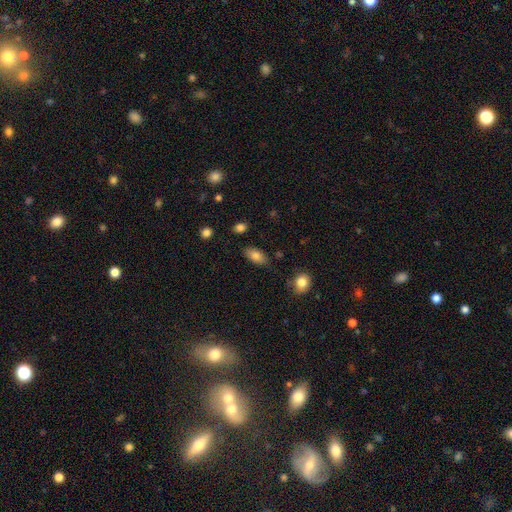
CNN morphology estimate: type=smooth (81%); roundness=in between (91%); merging=none (81%).